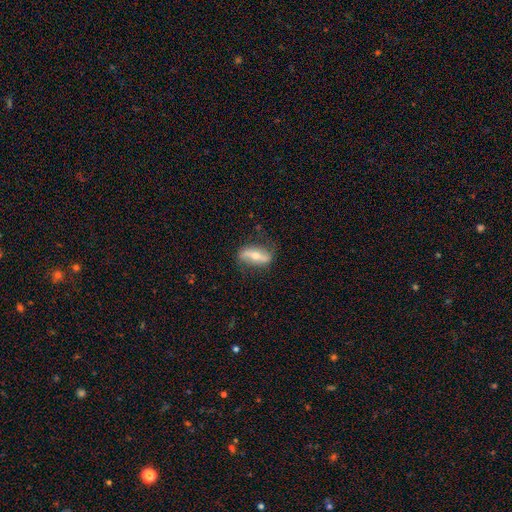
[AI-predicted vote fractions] The model was most divided on "smooth or featured": featured or disk: 63%, smooth: 31%, star or artifact: 6%. More confident: merging — none (74%); edge-on disk — no (67%).